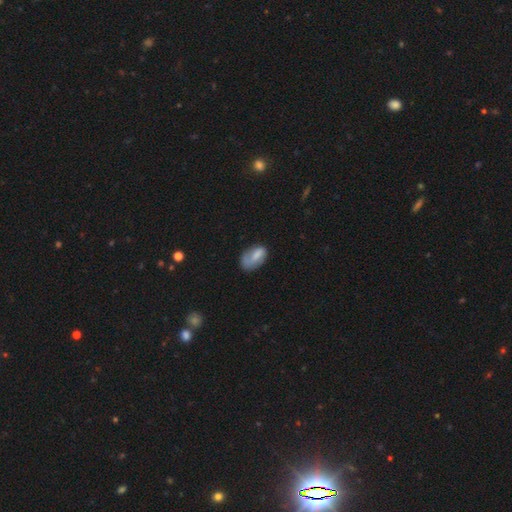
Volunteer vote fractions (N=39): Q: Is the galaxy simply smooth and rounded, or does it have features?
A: smooth — 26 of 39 (67%).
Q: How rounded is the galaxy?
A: in between — 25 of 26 (96%).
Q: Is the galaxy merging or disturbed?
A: none — 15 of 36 (42%).